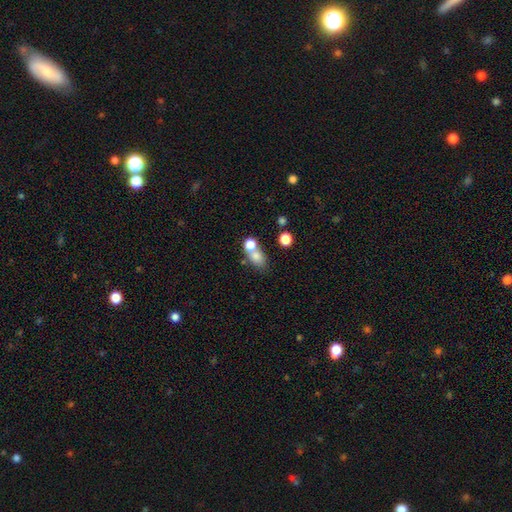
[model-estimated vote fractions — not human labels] A smooth galaxy with no disk features (74%) that is in between round and cigar-shaped (57%).

Vote fractions:
- Smooth or featured? smooth: 74% / star or artifact: 13% / featured or disk: 12%
- How rounded? in between: 57% / round: 40% / cigar-shaped: 3%
- Merging? none: 45% / merger: 39% / minor disturbance: 11% / major disturbance: 5%